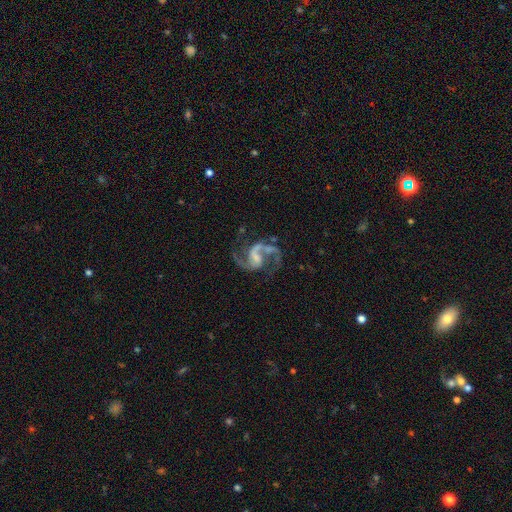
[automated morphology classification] smooth-or-featured: featured or disk: 90% | star or artifact: 6% | smooth: 4%
  disk-edge-on: no: 98% | yes: 2%
    bar: weak: 50% | no: 28% | strong: 22%
    has-spiral-arms: yes: 97% | no: 3%
      spiral-winding: medium: 52% | loose: 40% | tight: 8%
      spiral-arm-count: 2: 87% | 3: 5% | can't tell: 3% | 1: 3% | 4: 2% | more than 4: 2%
    bulge-size: small: 34% | none: 32% | moderate: 26% | large: 6% | dominant: 1%
  merging: none: 61% | major disturbance: 18% | minor disturbance: 16% | merger: 6%